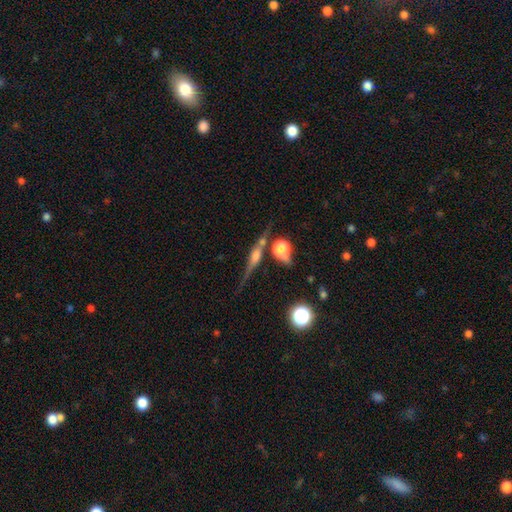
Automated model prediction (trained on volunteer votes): This is likely a featured or disk galaxy (74%). It is clearly viewed edge-on (95%). Edge-on bulge: clearly rounded (83%). Merging: likely none (72%).